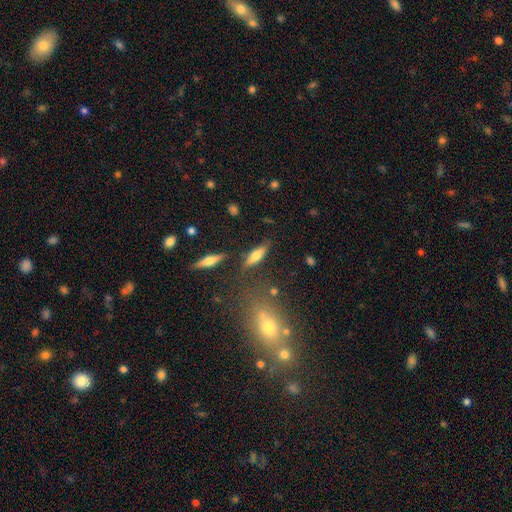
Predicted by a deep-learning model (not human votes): A smooth galaxy with no disk features (62%) that is in between round and cigar-shaped (51%). Merging: none (75%).